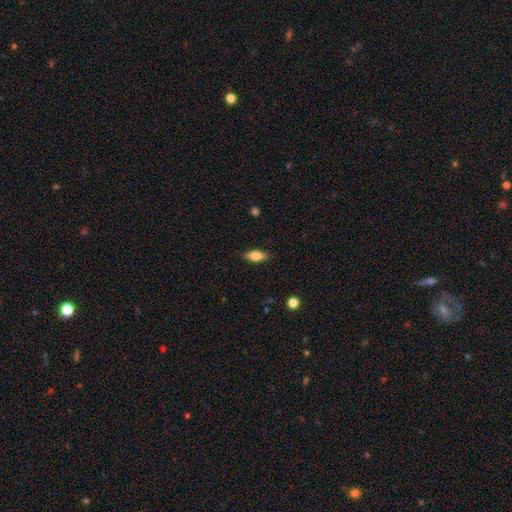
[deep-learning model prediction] Smooth or featured?
  - smooth: 70% *
  - featured or disk: 23%
  - star or artifact: 7%
How rounded?
  - in between: 77% *
  - cigar-shaped: 20%
  - round: 4%
Merging?
  - none: 85% *
  - minor disturbance: 11%
  - major disturbance: 2%
  - merger: 1%